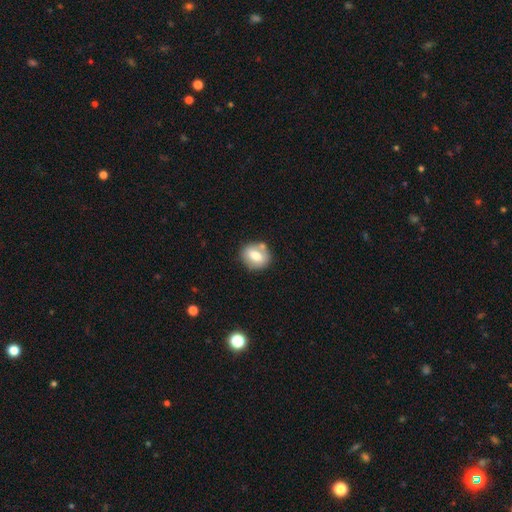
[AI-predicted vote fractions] smooth 69%, featured or disk 23%, star or artifact 8%. Down the decision tree: how rounded — round (64%); merging — none (69%).